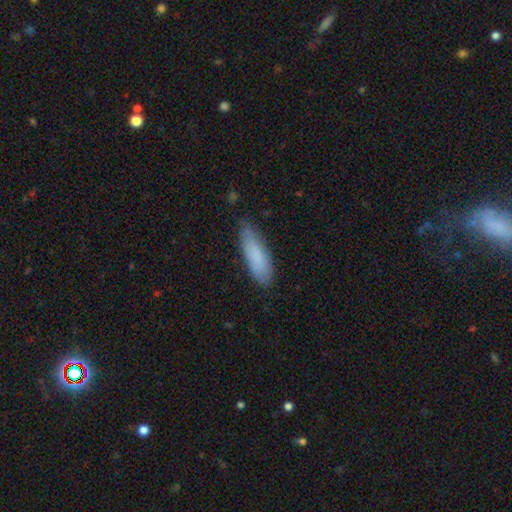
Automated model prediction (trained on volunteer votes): Q: Smooth or featured?
A: smooth (83%); runner-up: featured or disk (11%)
Q: How rounded?
A: cigar-shaped (55%); runner-up: in between (44%)
Q: Merging?
A: none (79%); runner-up: minor disturbance (17%)